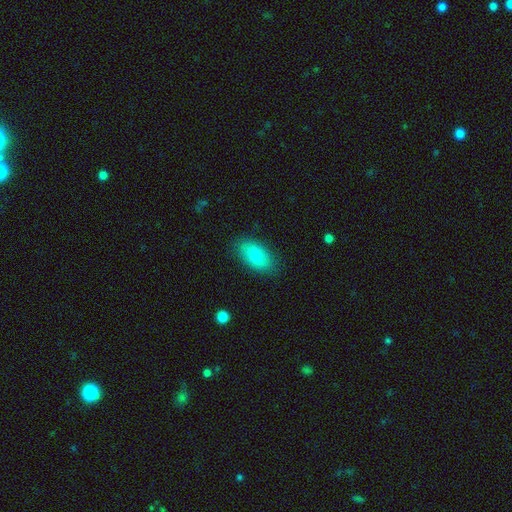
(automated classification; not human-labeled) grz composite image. It shows a smooth galaxy with no disk features (73%) that is in between round and cigar-shaped (92%). Merging: none (84%).